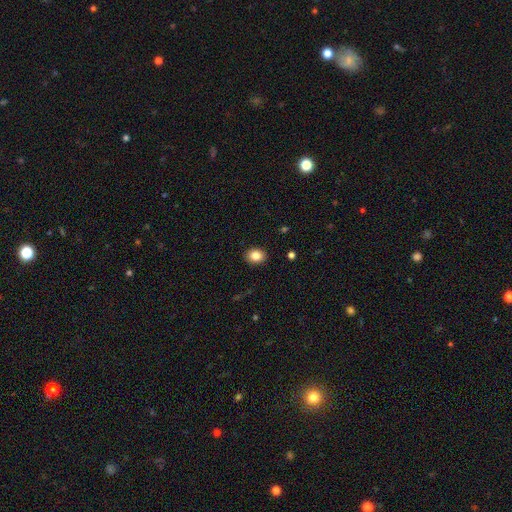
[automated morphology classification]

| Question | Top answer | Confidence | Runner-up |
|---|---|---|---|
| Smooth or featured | smooth | 84% | star or artifact (9%) |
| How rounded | in between | 53% | round (46%) |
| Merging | none | 90% | minor disturbance (7%) |